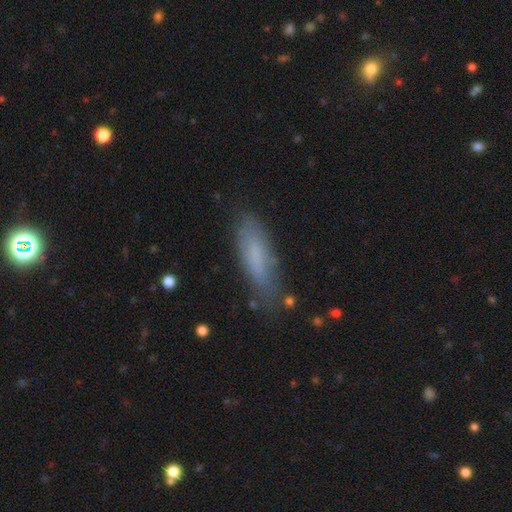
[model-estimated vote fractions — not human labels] smooth_or_featured: smooth (p=0.74) [alt: featured or disk p=0.18]
how_rounded: cigar-shaped (p=0.57) [alt: in between p=0.42]
merging: none (p=0.75) [alt: minor disturbance p=0.18]